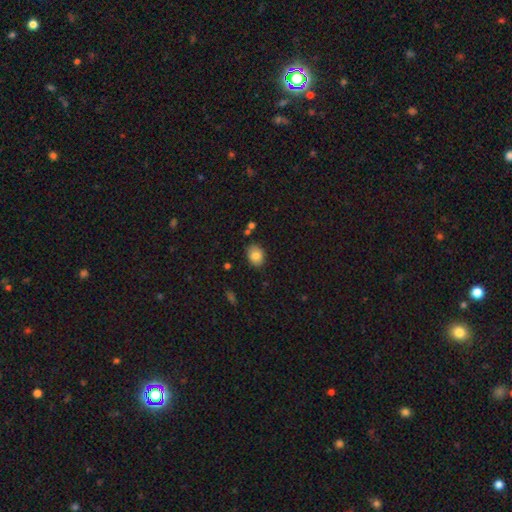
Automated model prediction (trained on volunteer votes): This appears to be a smooth galaxy with no disk features (82%) that is in between round and cigar-shaped (64%). Merging: none (83%).